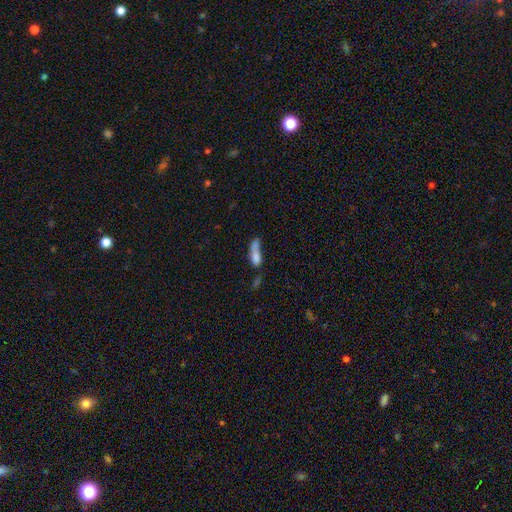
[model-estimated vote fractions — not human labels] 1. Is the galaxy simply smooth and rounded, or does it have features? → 70% smooth, 18% featured or disk, 12% star or artifact.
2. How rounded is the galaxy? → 60% in between, 34% cigar-shaped, 6% round.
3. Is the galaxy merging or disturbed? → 37% merger, 23% major disturbance, 23% none, 17% minor disturbance.